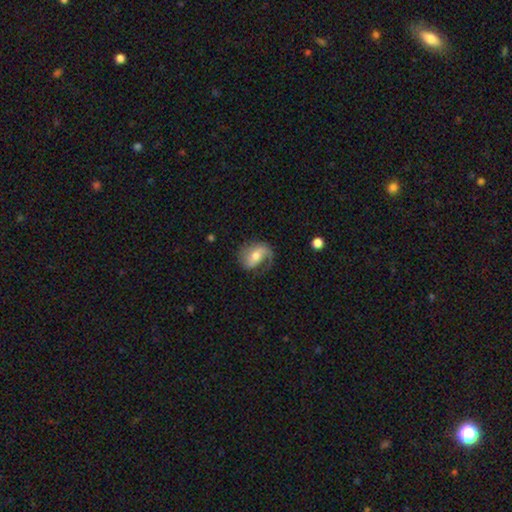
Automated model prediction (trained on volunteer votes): The model was most divided on "spiral arm count": 1: 47%, 2: 45%, can't tell: 6%, 3: 1%, 4: 1%, more than 4: 1%. Remaining: edge-on disk — no (96%); spiral arms — yes (87%); bulge size — moderate (63%); smooth or featured — featured or disk (61%); merging — none (53%); spiral winding — loose (43%); bar — weak (42%).